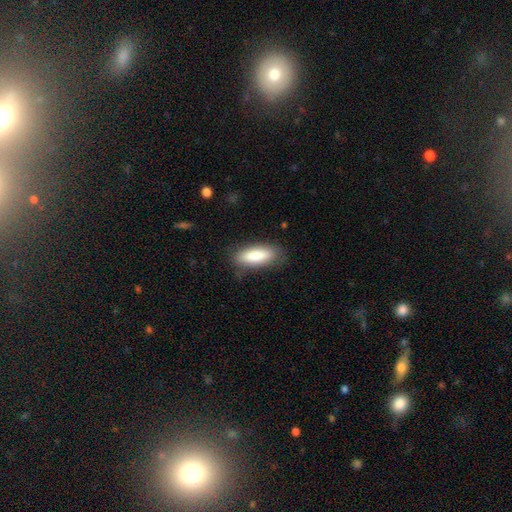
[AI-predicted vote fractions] The model was most divided on "how rounded": in between: 70%, cigar-shaped: 28%, round: 2%. More confident: smooth or featured — smooth (85%); merging — none (80%).